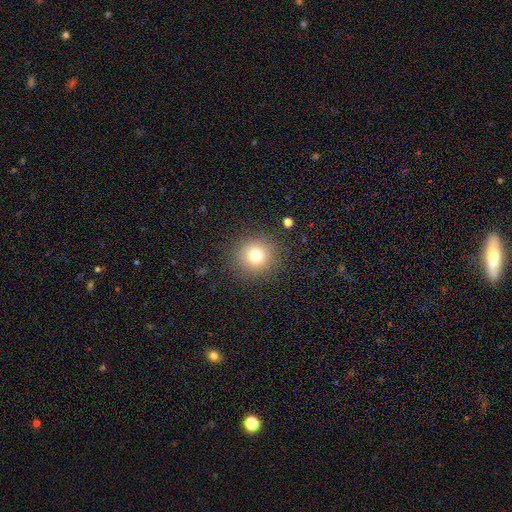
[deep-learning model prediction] Q: Smooth or featured?
A: smooth (76%); runner-up: star or artifact (15%)
Q: How rounded?
A: round (92%); runner-up: in between (7%)
Q: Merging?
A: none (88%); runner-up: minor disturbance (7%)